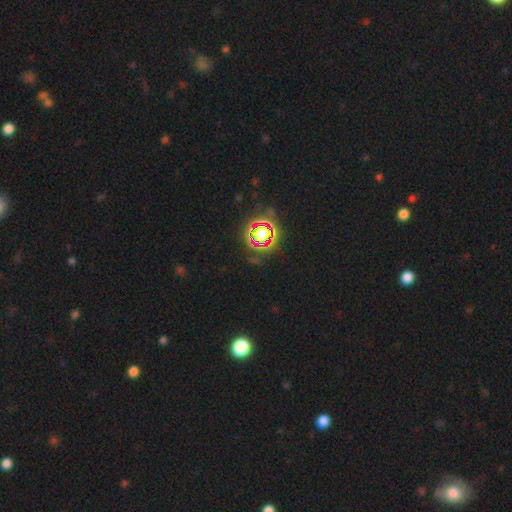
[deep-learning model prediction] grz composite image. It shows a star or artifact, not a galaxy (78%).